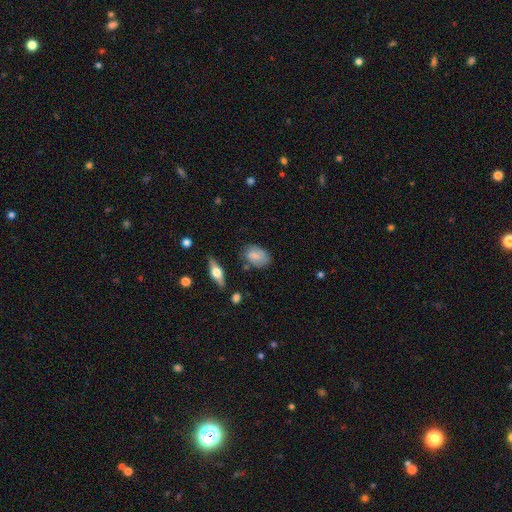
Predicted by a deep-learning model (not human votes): smooth-or-featured: smooth: 71% | featured or disk: 21% | star or artifact: 8%
  how-rounded: in between: 86% | round: 11% | cigar-shaped: 3%
  merging: none: 68% | minor disturbance: 23% | major disturbance: 6% | merger: 3%